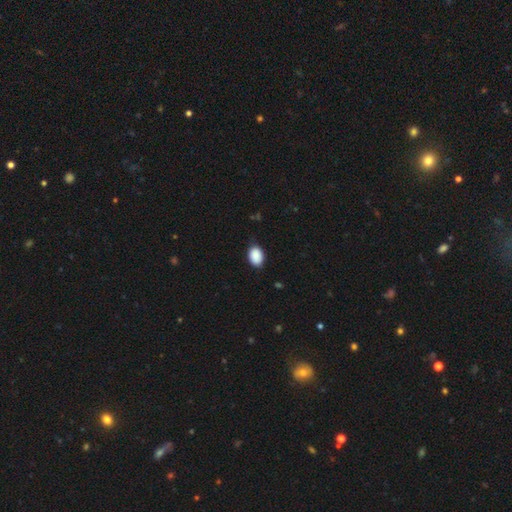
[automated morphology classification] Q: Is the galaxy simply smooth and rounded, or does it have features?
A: smooth — 89%.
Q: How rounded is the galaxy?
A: in between — 83%.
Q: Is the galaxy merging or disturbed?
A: none — 81%.